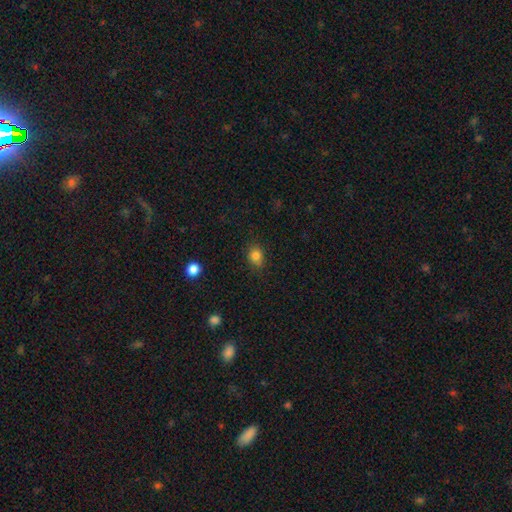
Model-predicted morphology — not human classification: smooth 83%, star or artifact 12%, featured or disk 5%. Down the decision tree: how rounded — round (60%); merging — none (80%).